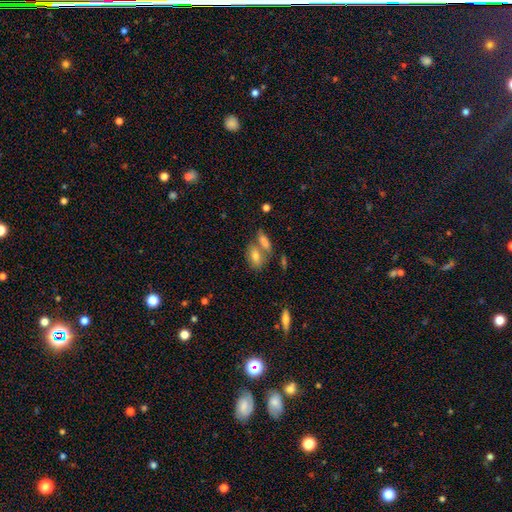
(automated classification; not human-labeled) smooth_or_featured: smooth (p=0.73) [alt: featured or disk p=0.17]
how_rounded: in between (p=0.79) [alt: round p=0.14]
merging: none (p=0.47) [alt: merger p=0.37]